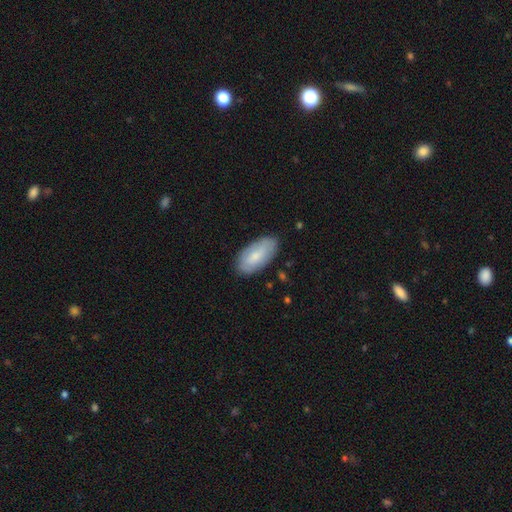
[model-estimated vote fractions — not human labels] smooth 74%, featured or disk 20%, star or artifact 6%. Down the decision tree: how rounded — in between (93%); merging — none (81%).